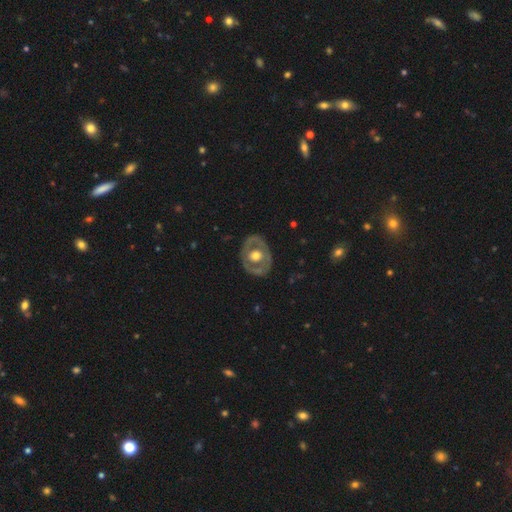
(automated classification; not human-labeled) A featured or disk galaxy (63%) with no bar (81%), no spiral arms (81%) and a moderate central bulge (59%).

Vote fractions:
- Smooth or featured? featured or disk: 63% / smooth: 32% / star or artifact: 5%
- Edge-on disk? no: 94% / yes: 6%
- Bar? no: 81% / weak: 14% / strong: 5%
- Spiral arms? no: 81% / yes: 19%
- Bulge size? moderate: 59% / large: 33% / small: 5% / dominant: 2% / none: 1%
- Merging? none: 78% / minor disturbance: 15% / major disturbance: 6% / merger: 1%